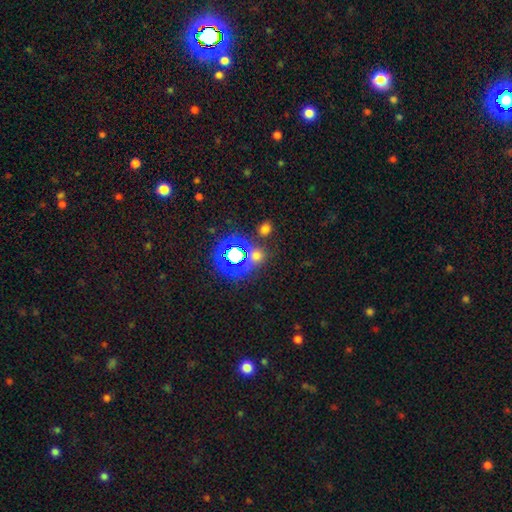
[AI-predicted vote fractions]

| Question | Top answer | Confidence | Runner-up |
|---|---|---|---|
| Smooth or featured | smooth | 47% | star or artifact (46%) |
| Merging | none | 72% | merger (15%) |